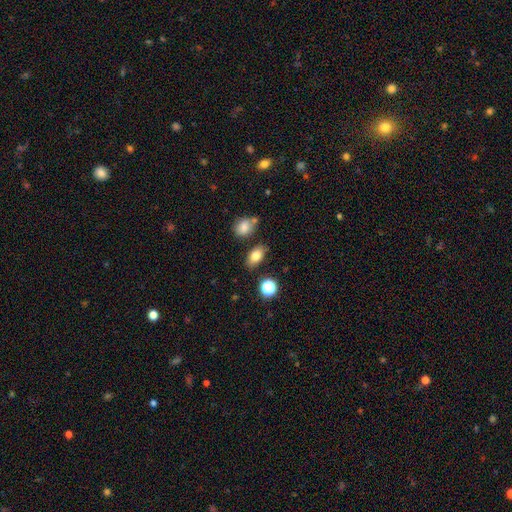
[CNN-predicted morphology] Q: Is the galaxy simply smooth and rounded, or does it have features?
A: smooth — 79%.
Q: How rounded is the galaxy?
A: in between — 86%.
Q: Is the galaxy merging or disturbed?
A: none — 79%.